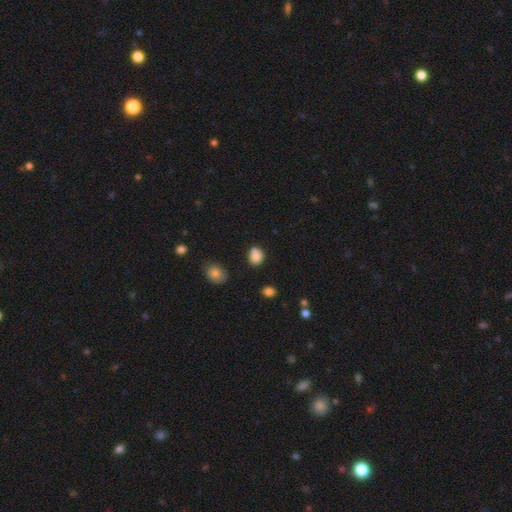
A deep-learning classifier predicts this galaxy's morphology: Q: Smooth or featured?
A: smooth (83%); runner-up: star or artifact (11%)
Q: How rounded?
A: round (60%); runner-up: in between (38%)
Q: Merging?
A: none (61%); runner-up: minor disturbance (20%)